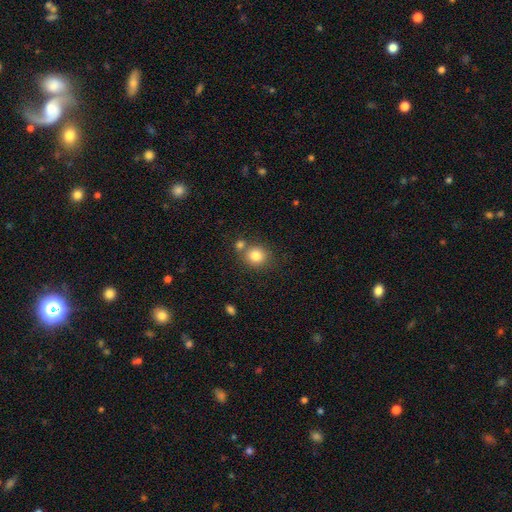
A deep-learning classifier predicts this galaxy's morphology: This appears to be a smooth galaxy with no disk features (82%) that is round (82%). Merging: none (64%).